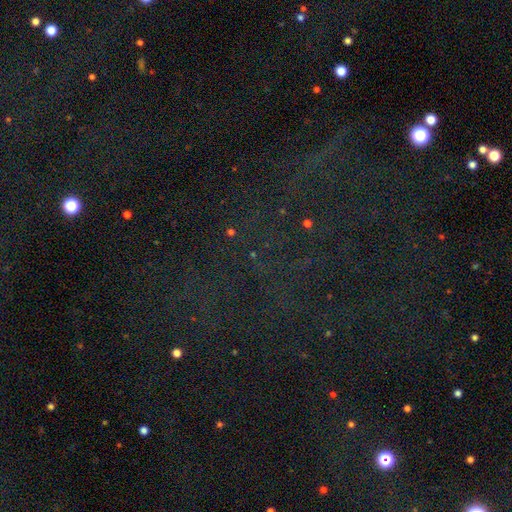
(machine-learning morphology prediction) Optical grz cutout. It shows a star or artifact, not a galaxy (77%).